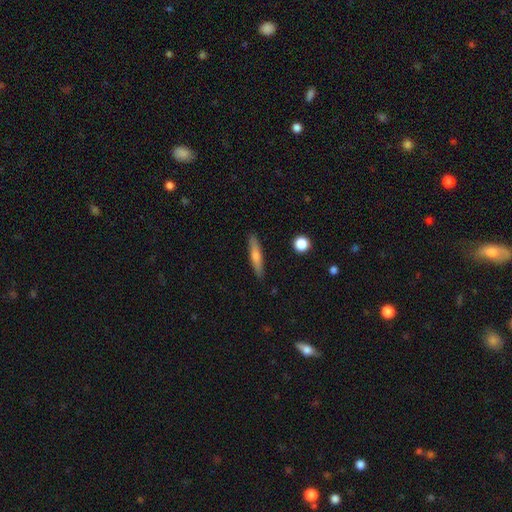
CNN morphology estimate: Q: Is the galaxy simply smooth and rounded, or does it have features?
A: smooth — 52%.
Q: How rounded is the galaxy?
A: cigar-shaped — 89%.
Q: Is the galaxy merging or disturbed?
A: none — 90%.